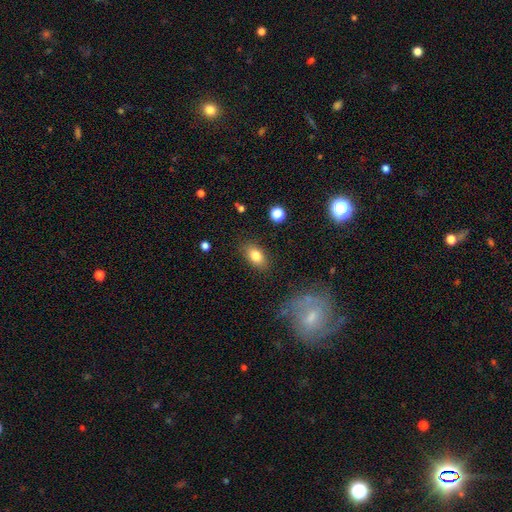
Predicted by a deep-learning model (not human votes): smooth 81%, featured or disk 11%, star or artifact 9%. Down the decision tree: how rounded — in between (86%); merging — none (84%).